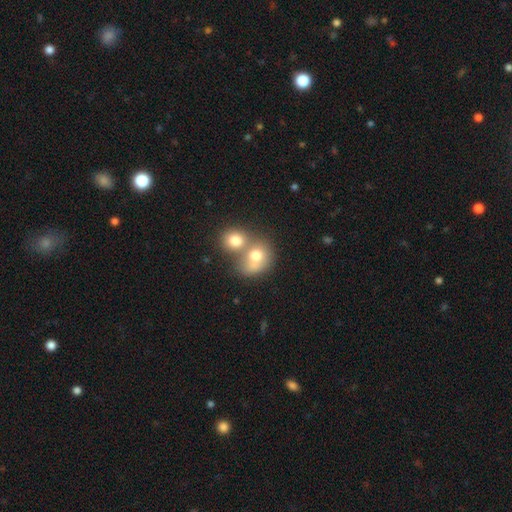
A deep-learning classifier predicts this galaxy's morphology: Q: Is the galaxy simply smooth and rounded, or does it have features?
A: smooth — 60%.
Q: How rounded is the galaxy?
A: round — 66%.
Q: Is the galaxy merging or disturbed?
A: merger — 63%.